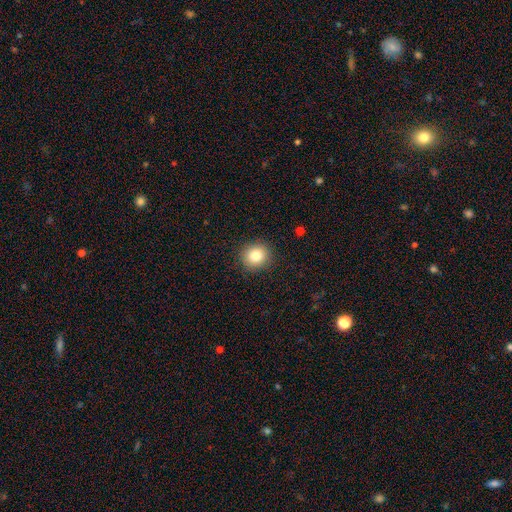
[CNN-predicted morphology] Smooth or featured? Predicted: smooth (p=0.81). How rounded? Predicted: round (p=0.88). Merging? Predicted: none (p=0.90).